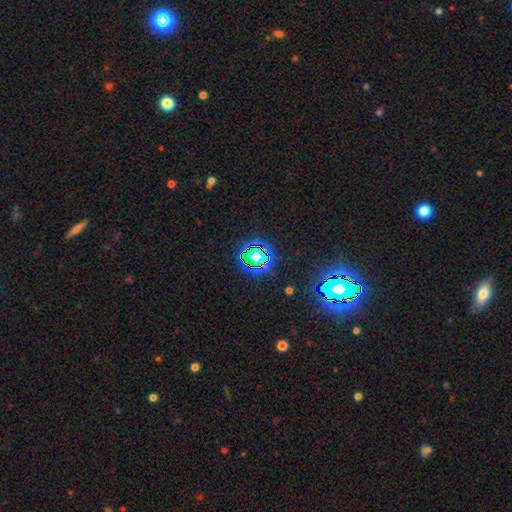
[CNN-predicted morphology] type=star or artifact (70%).